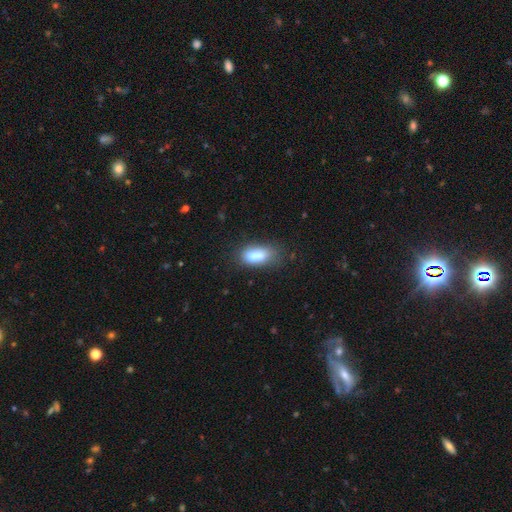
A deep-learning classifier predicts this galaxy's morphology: smooth_or_featured: smooth (p=0.79) [alt: featured or disk p=0.12]
how_rounded: in between (p=0.83) [alt: cigar-shaped p=0.13]
merging: none (p=0.56) [alt: minor disturbance p=0.26]